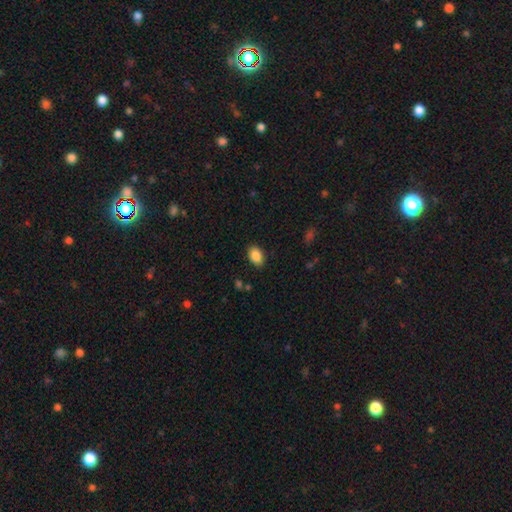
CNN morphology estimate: Smooth or featured: smooth — 88% (star or artifact — 8%)
How rounded: in between — 88% (round — 10%)
Merging: none — 87% (minor disturbance — 9%)